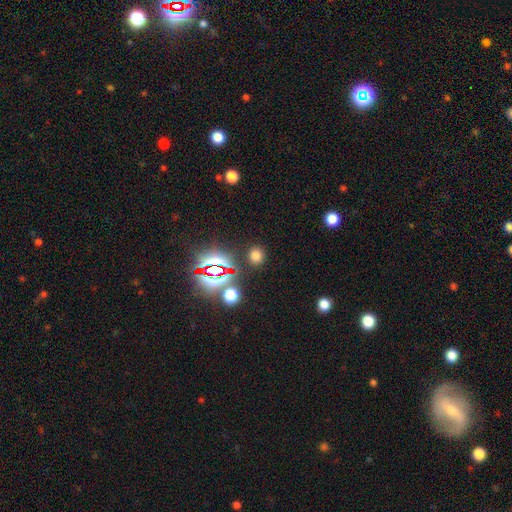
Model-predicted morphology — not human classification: A smooth galaxy with no disk features (68%) that is round (80%).

Vote fractions:
- Smooth or featured? smooth: 68% / star or artifact: 26% / featured or disk: 6%
- How rounded? round: 80% / in between: 18% / cigar-shaped: 1%
- Merging? none: 87% / minor disturbance: 7% / merger: 3% / major disturbance: 3%